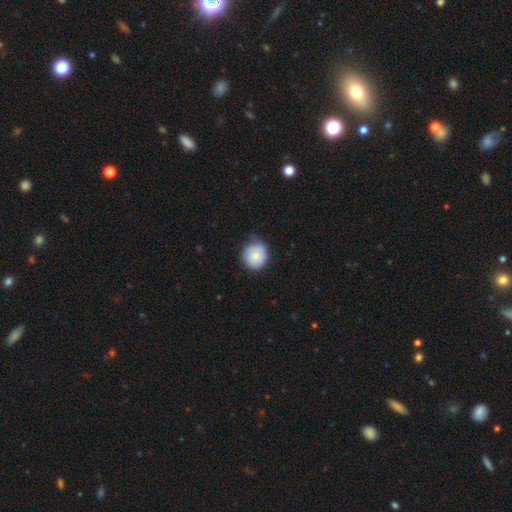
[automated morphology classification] Smooth or featured? smooth (83%)
How rounded? round (88%)
Merging? none (67%)